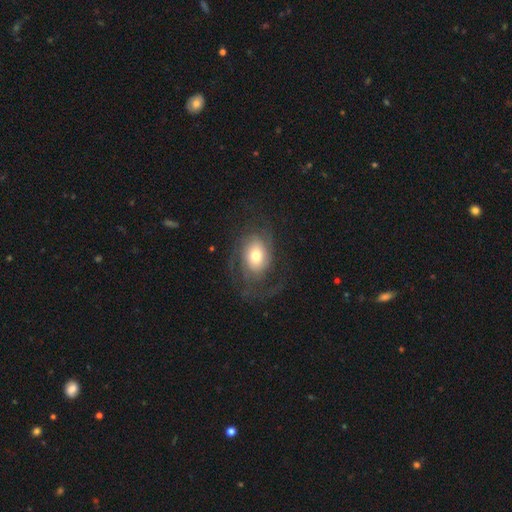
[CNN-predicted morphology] Overall: featured or disk (64%; smooth 29%). Edge-on disk: no (96%). Bar: no (75%). Spiral arms: yes (85%). Spiral arm count: 2 (37%; can't tell 30%). Spiral winding: medium (38%; tight 33%). Bulge size: moderate (58%; large 26%). Merging: none (58%; major disturbance 23%).